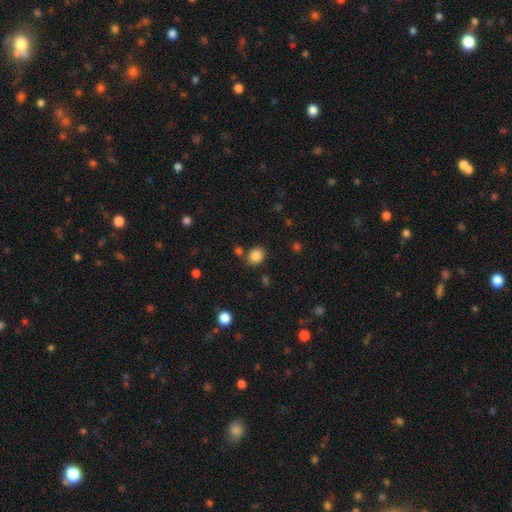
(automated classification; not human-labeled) Smooth or featured: smooth — 85% (star or artifact — 10%)
How rounded: round — 58% (in between — 41%)
Merging: none — 77% (minor disturbance — 11%)